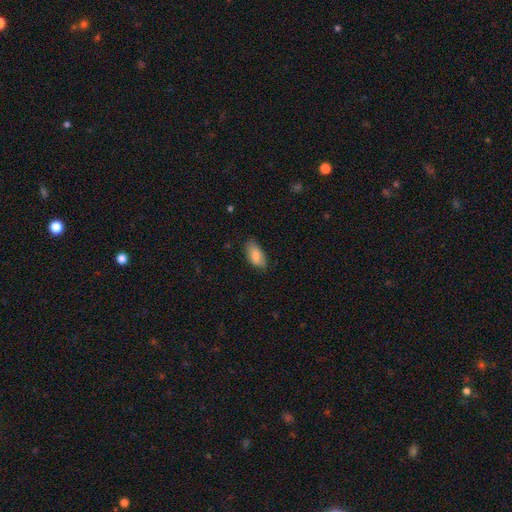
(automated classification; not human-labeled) This is clearly a smooth galaxy (83%). How rounded: clearly in between (91%). Merging: likely none (72%).